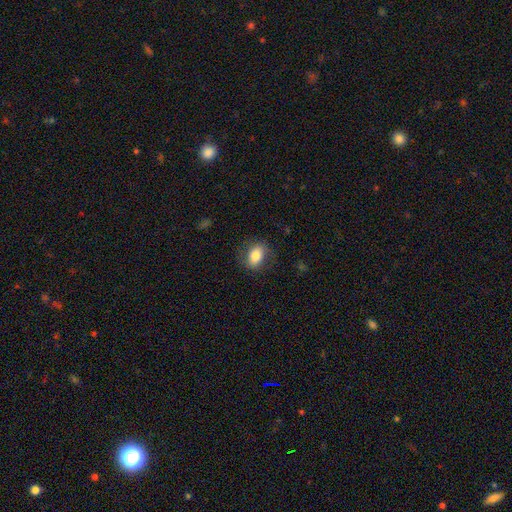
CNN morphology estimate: Smooth or featured: smooth — 77% (featured or disk — 16%)
How rounded: in between — 79% (round — 19%)
Merging: none — 77% (minor disturbance — 15%)